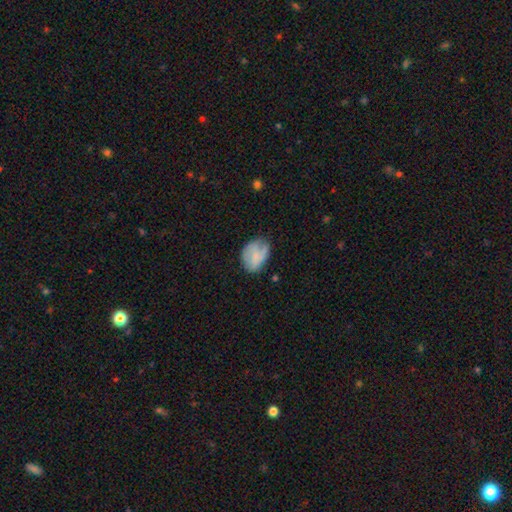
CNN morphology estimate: type=smooth (64%); roundness=in between (63%); merging=none (56%).